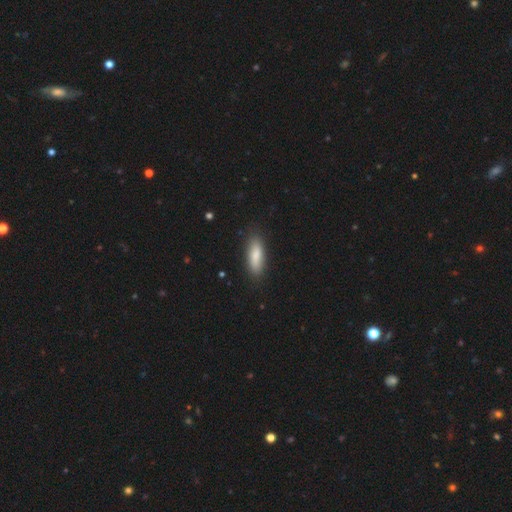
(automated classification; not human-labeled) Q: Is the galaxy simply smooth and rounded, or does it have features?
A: smooth — 81%.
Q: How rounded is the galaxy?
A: in between — 60%.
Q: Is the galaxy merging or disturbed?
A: none — 85%.